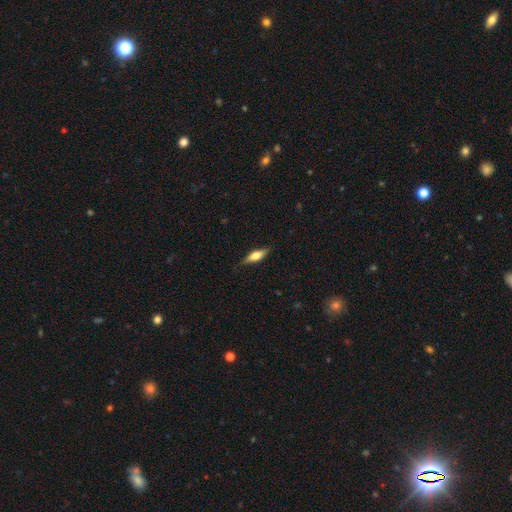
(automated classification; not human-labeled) Morphology: type=smooth (47%, tied with featured or disk); merging=none (84%).